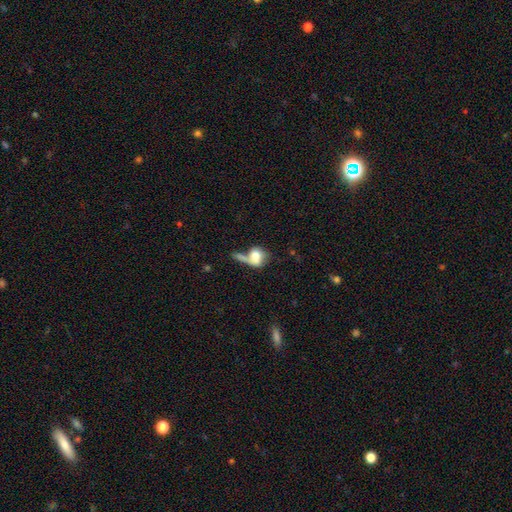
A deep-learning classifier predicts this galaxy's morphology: Smooth or featured? Predicted: smooth (p=0.62). How rounded? Predicted: in between (p=0.55). Merging? Predicted: merger (p=0.36).